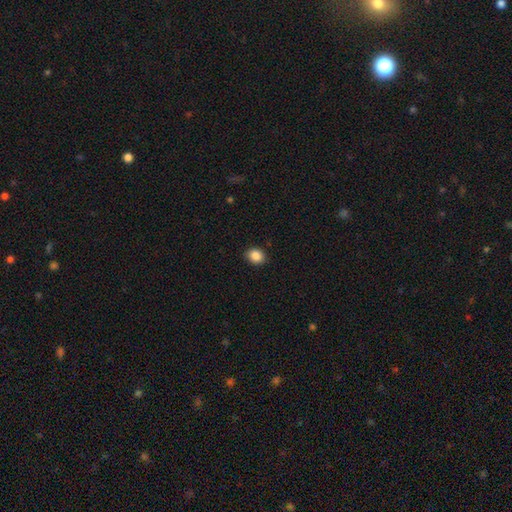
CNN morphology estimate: The model was most divided on "how rounded": round: 59%, in between: 40%, cigar-shaped: 1%. More confident: merging — none (90%); smooth or featured — smooth (87%).